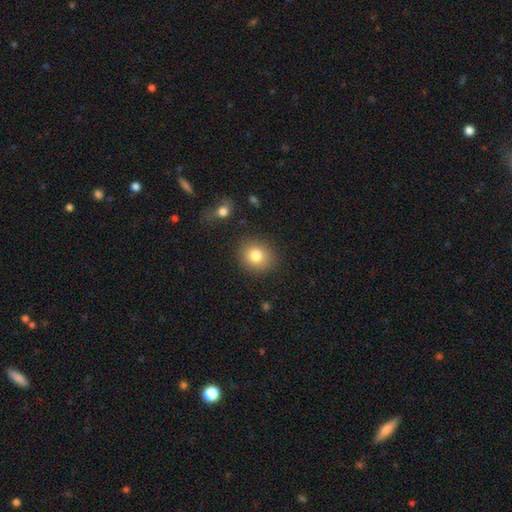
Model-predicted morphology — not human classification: Smooth or featured?
  - smooth: 81% *
  - star or artifact: 11%
  - featured or disk: 9%
How rounded?
  - round: 80% *
  - in between: 19%
  - cigar-shaped: 1%
Merging?
  - none: 87% *
  - minor disturbance: 8%
  - major disturbance: 3%
  - merger: 2%